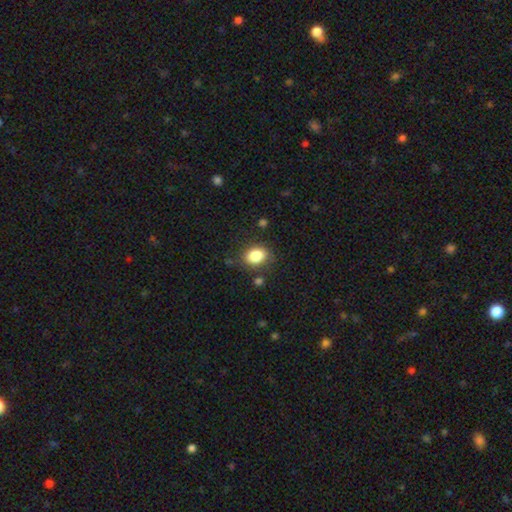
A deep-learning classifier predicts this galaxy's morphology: This is clearly a smooth galaxy (84%). How rounded: likely in between (65%). Merging: clearly none (81%).